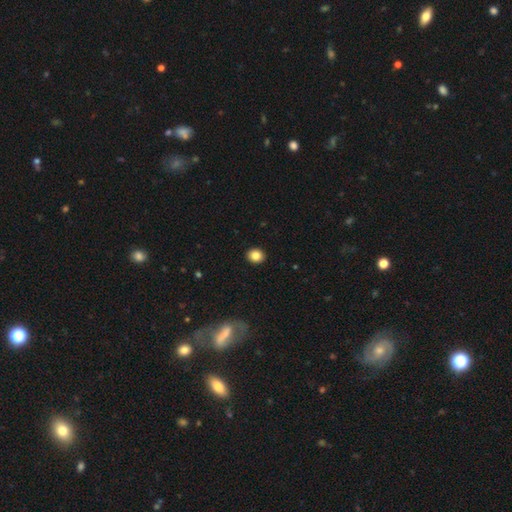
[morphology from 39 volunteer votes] Smooth or featured? 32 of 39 (82%) said smooth. How rounded? 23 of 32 (72%) said round. Merging? 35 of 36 (97%) said none.